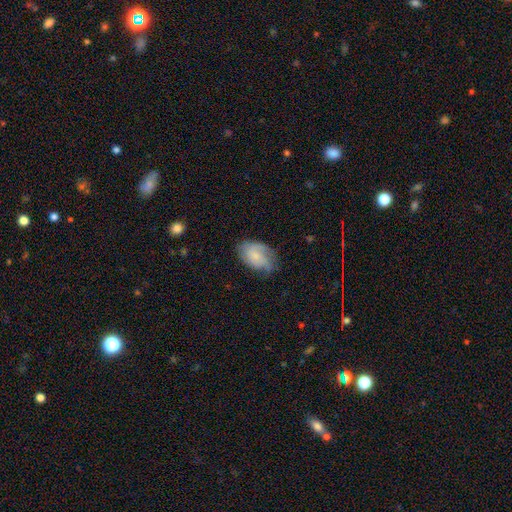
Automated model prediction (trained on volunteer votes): smooth 51%, featured or disk 41%, star or artifact 7%. Down the decision tree: how rounded — in between (86%); merging — none (57%).